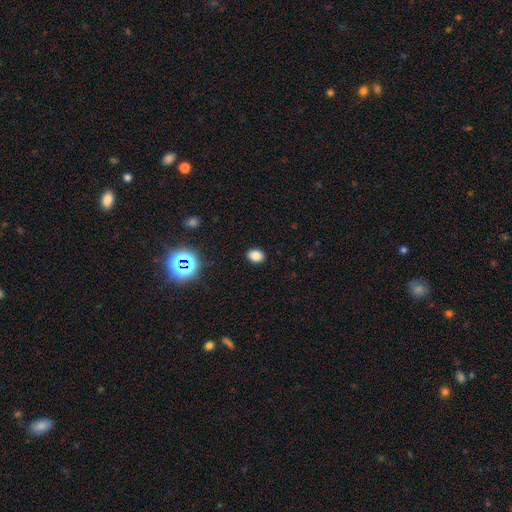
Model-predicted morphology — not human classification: Smooth or featured?
  - smooth: 81% *
  - star or artifact: 15%
  - featured or disk: 4%
How rounded?
  - in between: 69% *
  - round: 30%
  - cigar-shaped: 1%
Merging?
  - none: 89% *
  - minor disturbance: 8%
  - major disturbance: 2%
  - merger: 1%